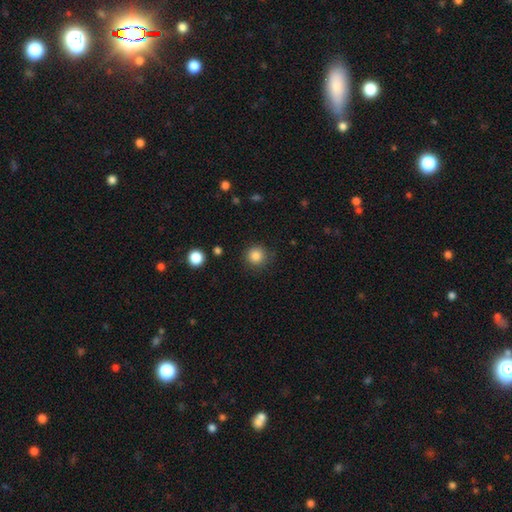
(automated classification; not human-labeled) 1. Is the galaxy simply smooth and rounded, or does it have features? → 85% smooth, 11% star or artifact, 4% featured or disk.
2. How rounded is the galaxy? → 94% round, 5% in between, 1% cigar-shaped.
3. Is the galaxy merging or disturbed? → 86% none, 9% minor disturbance, 3% major disturbance, 2% merger.